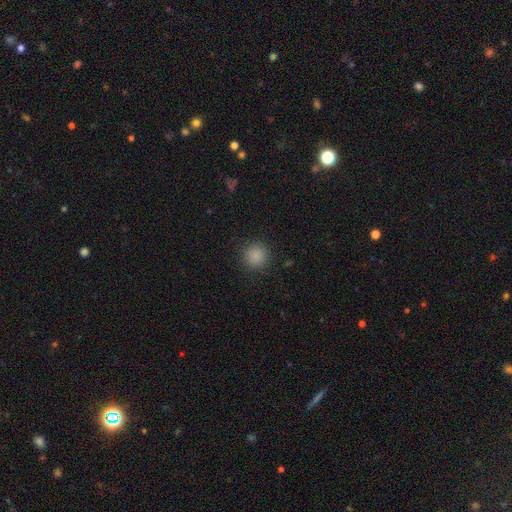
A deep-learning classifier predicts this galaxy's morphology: type=smooth (86%); roundness=round (93%); merging=none (90%).